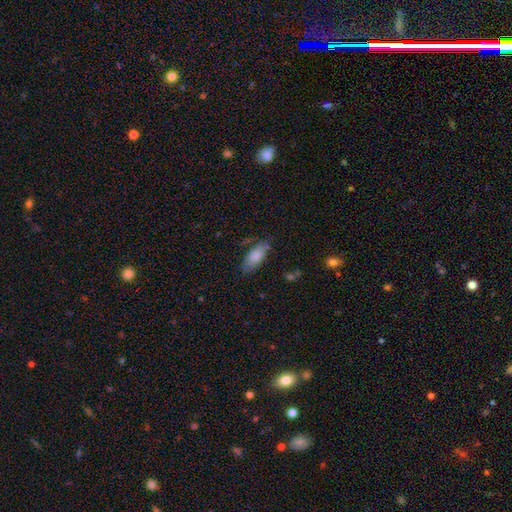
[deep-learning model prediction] Smooth or featured?
  - smooth: 81% *
  - featured or disk: 12%
  - star or artifact: 7%
How rounded?
  - in between: 83% *
  - cigar-shaped: 15%
  - round: 2%
Merging?
  - none: 69% *
  - minor disturbance: 22%
  - major disturbance: 6%
  - merger: 3%